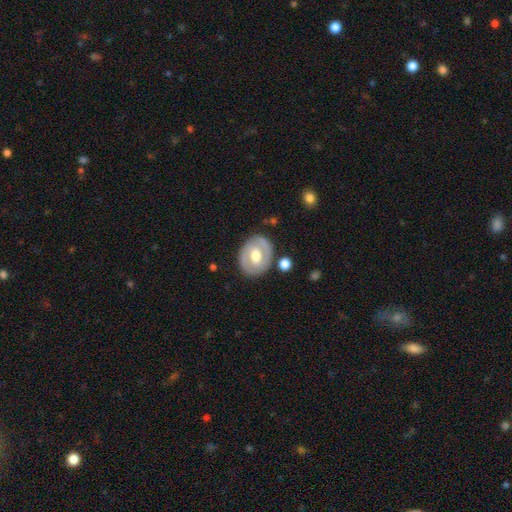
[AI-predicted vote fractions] This appears to be a featured or disk galaxy (59%) with no bar (42%), no spiral arms (61%) and a moderate central bulge (71%). Merging: none (80%).